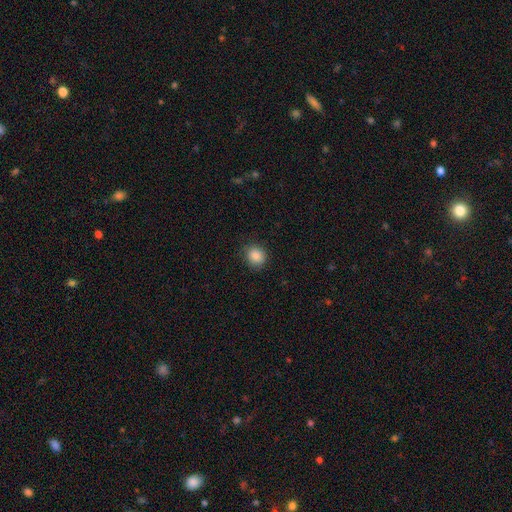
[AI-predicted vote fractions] Smooth or featured?
  - smooth: 87% *
  - star or artifact: 9%
  - featured or disk: 4%
How rounded?
  - round: 79% *
  - in between: 20%
  - cigar-shaped: 1%
Merging?
  - none: 84% *
  - minor disturbance: 12%
  - major disturbance: 3%
  - merger: 1%